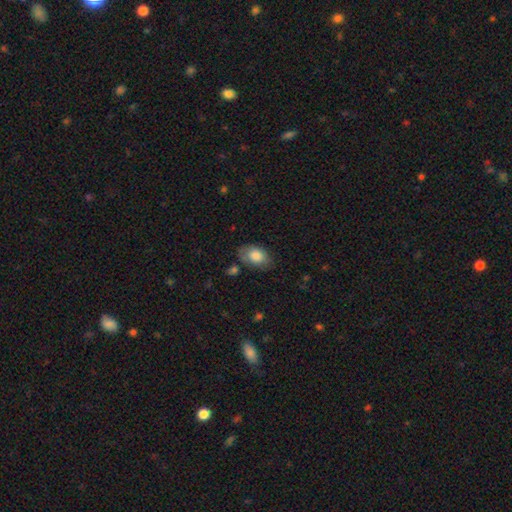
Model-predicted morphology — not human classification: smooth-or-featured: smooth: 81% | featured or disk: 13% | star or artifact: 7%
  how-rounded: in between: 89% | round: 10% | cigar-shaped: 1%
  merging: none: 69% | minor disturbance: 21% | major disturbance: 6% | merger: 4%